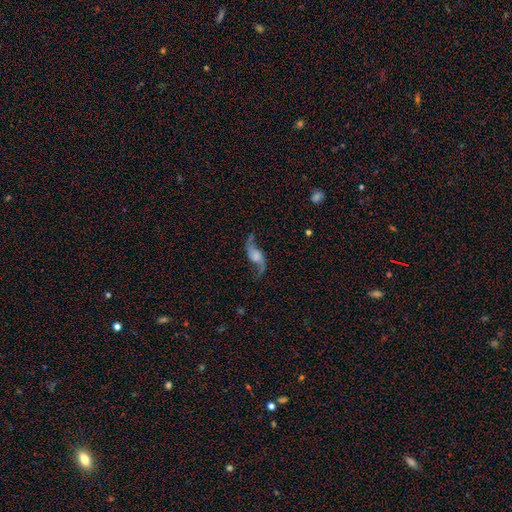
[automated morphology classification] This is likely a featured or disk galaxy (78%). It is clearly not viewed edge-on (93%). Bar: possibly no (57%). Spiral arm pattern: clearly yes (94%). Spiral arm count: clearly 2 (93%). Spiral winding: clearly loose (88%). Central bulge: marginally none (34%). Merging: likely none (66%).